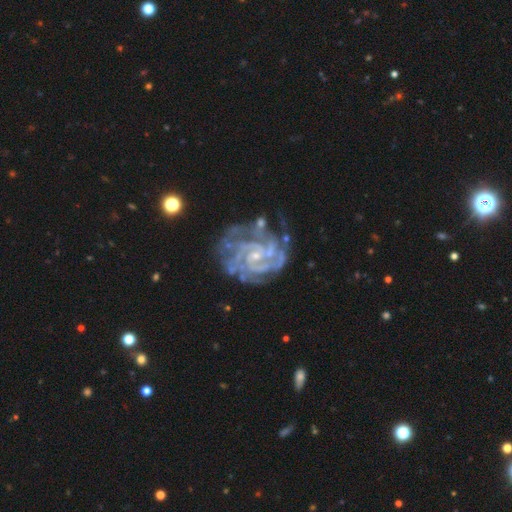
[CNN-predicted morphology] This is clearly a featured or disk galaxy (91%). It is clearly not viewed edge-on (98%). Bar: possibly no (53%). Spiral arm pattern: clearly yes (98%). Spiral arm count: marginally 3 (25%). Spiral winding: likely tight (70%). Central bulge: likely small (78%). Merging: likely none (62%).